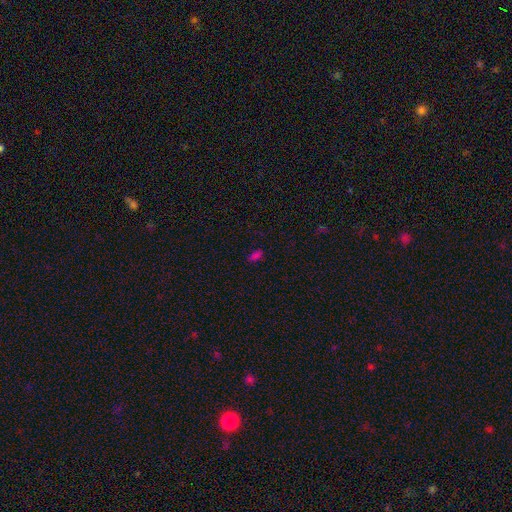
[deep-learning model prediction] Smooth or featured: smooth — 73% (star or artifact — 22%)
How rounded: in between — 89% (cigar-shaped — 5%)
Merging: none — 82% (minor disturbance — 12%)